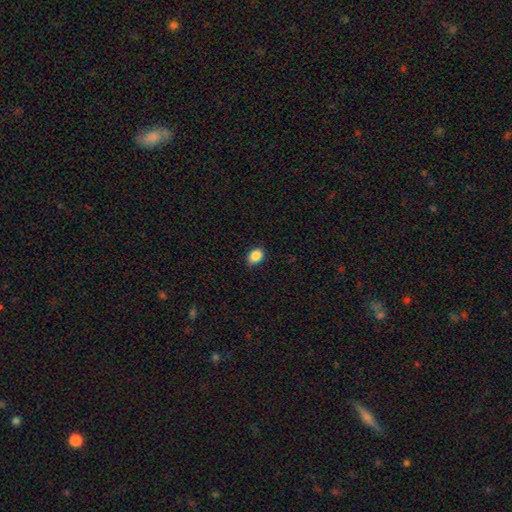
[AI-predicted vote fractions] This is clearly a smooth galaxy (88%). How rounded: likely in between (76%). Merging: clearly none (84%).